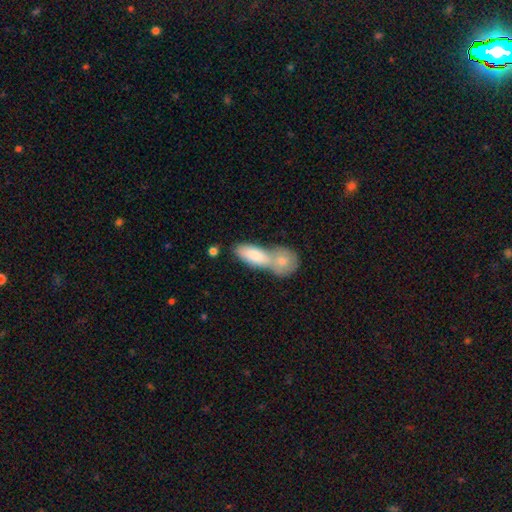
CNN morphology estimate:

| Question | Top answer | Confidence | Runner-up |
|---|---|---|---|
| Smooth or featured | smooth | 80% | featured or disk (14%) |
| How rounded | in between | 77% | cigar-shaped (19%) |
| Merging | merger | 60% | none (27%) |